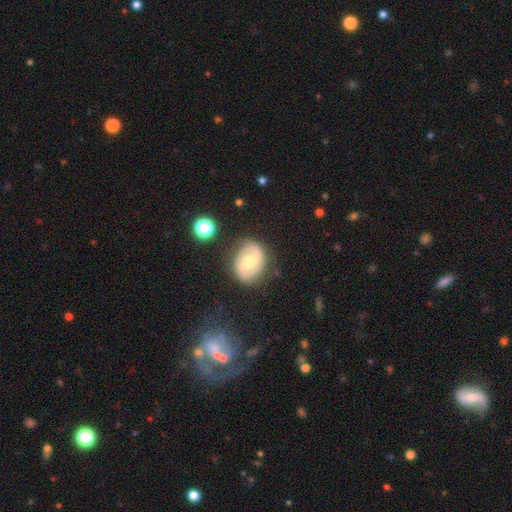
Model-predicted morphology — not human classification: A featured or disk galaxy (64%) with no bar (51%), spiral arms (68%) and a moderate central bulge (74%).

Vote fractions:
- Smooth or featured? featured or disk: 64% / smooth: 29% / star or artifact: 7%
- Edge-on disk? no: 97% / yes: 3%
- Bar? no: 51% / weak: 36% / strong: 13%
- Spiral arms? yes: 68% / no: 32%
- Bulge size? moderate: 74% / small: 18% / large: 6% / none: 1% / dominant: 1%
- Merging? none: 76% / minor disturbance: 16% / major disturbance: 6% / merger: 2%